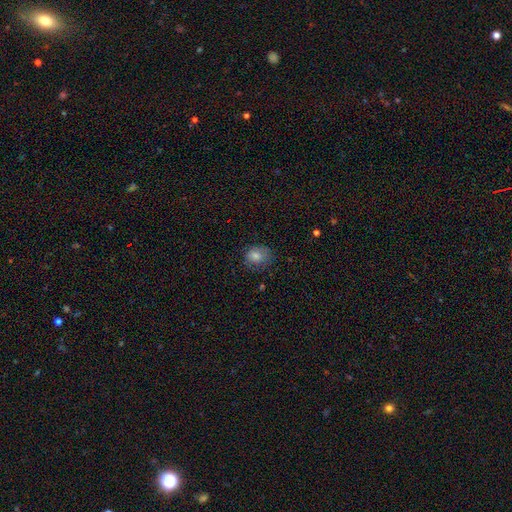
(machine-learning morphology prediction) Smooth or featured? smooth (73%)
How rounded? round (62%)
Merging? none (73%)